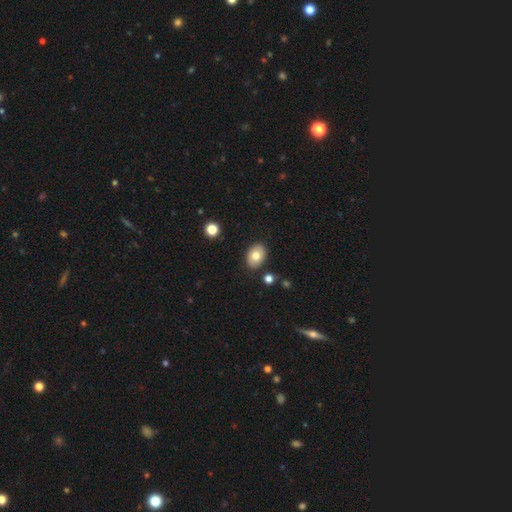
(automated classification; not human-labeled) smooth 79%, featured or disk 13%, star or artifact 8%. Down the decision tree: how rounded — in between (75%); merging — none (86%).